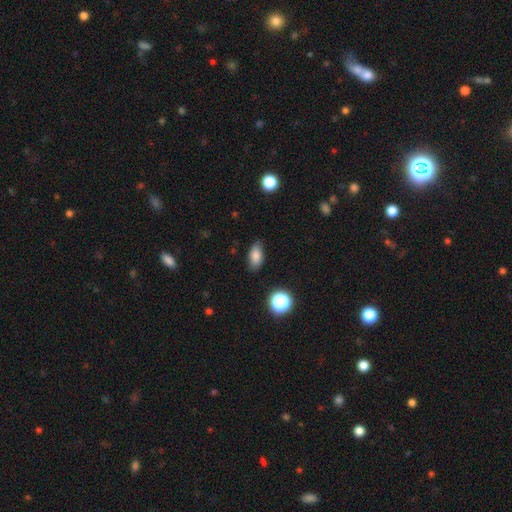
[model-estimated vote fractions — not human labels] Morphology: type=smooth (82%); roundness=in between (88%); merging=none (82%).